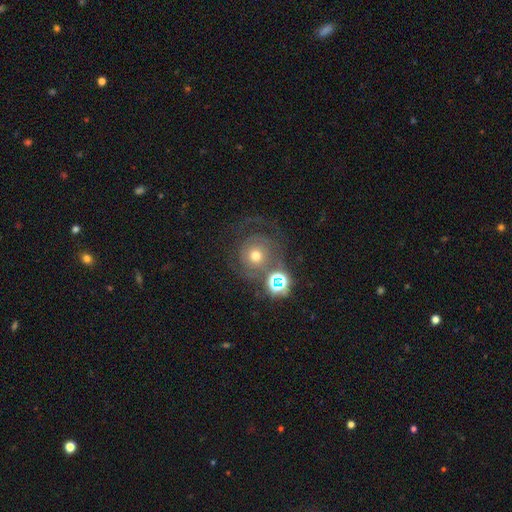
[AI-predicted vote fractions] This appears to be a featured or disk galaxy (52%) with no bar (82%), spiral arms (80%) and a moderate central bulge (62%). Merging: none (47%).